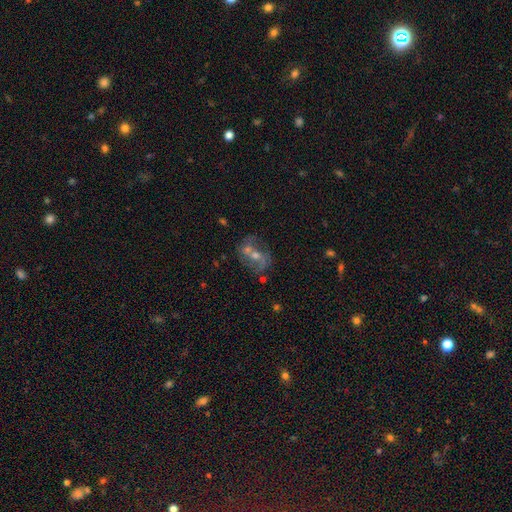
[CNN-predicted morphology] Q: Smooth or featured?
A: featured or disk (60%); runner-up: smooth (25%)
Q: Edge-on disk?
A: no (95%); runner-up: yes (5%)
Q: Bar?
A: no (50%); runner-up: weak (35%)
Q: Spiral arms?
A: yes (63%); runner-up: no (37%)
Q: Bulge size?
A: moderate (55%); runner-up: small (35%)
Q: Merging?
A: none (45%); runner-up: merger (30%)